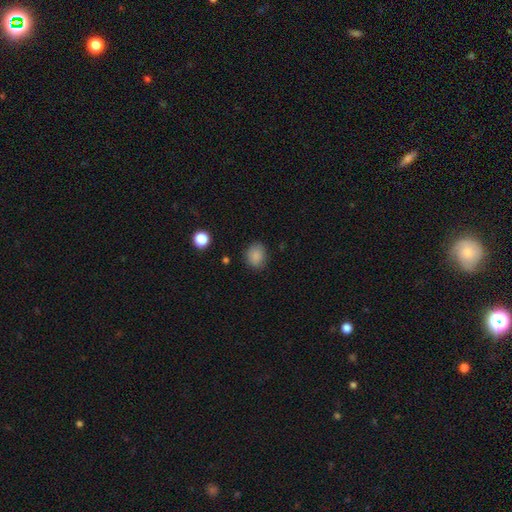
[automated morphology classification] Smooth or featured? smooth (86%)
How rounded? round (63%)
Merging? none (81%)